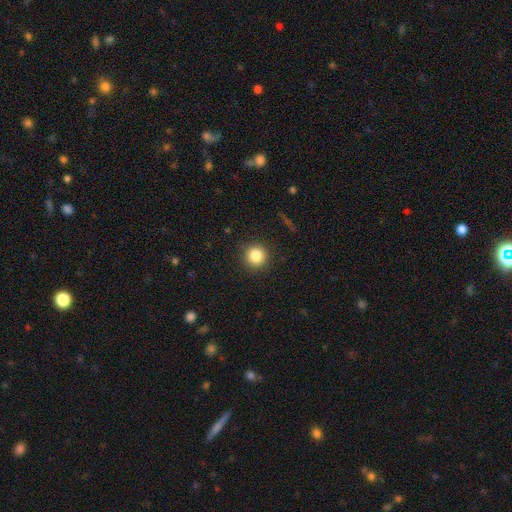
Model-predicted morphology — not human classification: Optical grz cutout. It shows a smooth galaxy with no disk features (85%) that is round (94%). Merging: none (90%).